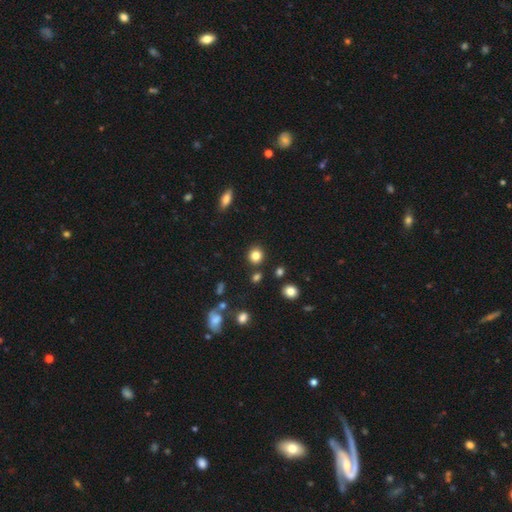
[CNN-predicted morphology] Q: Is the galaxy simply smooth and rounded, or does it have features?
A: smooth — 83%.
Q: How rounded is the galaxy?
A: round — 85%.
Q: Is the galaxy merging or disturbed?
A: none — 86%.